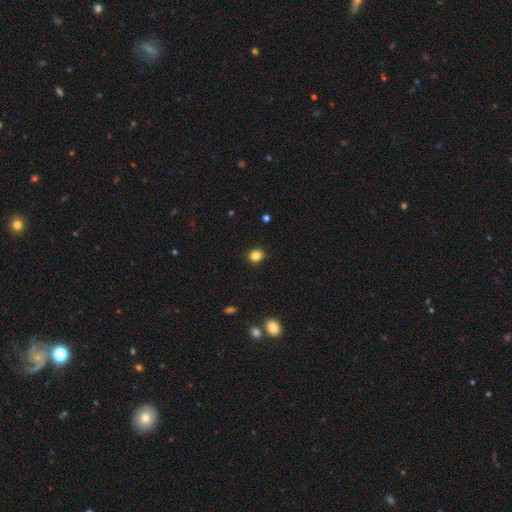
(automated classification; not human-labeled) smooth_or_featured: smooth (p=0.84) [alt: star or artifact p=0.11]
how_rounded: round (p=0.71) [alt: in between p=0.28]
merging: none (p=0.91) [alt: minor disturbance p=0.06]